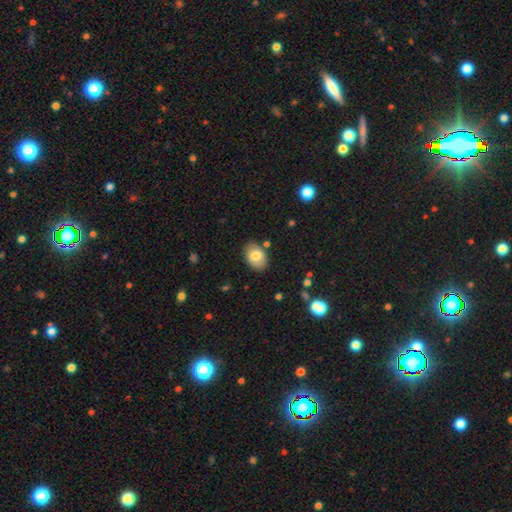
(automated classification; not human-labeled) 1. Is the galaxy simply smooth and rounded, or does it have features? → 78% smooth, 14% featured or disk, 8% star or artifact.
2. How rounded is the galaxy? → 84% in between, 15% round, 1% cigar-shaped.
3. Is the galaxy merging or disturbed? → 82% none, 13% minor disturbance, 3% major disturbance, 3% merger.